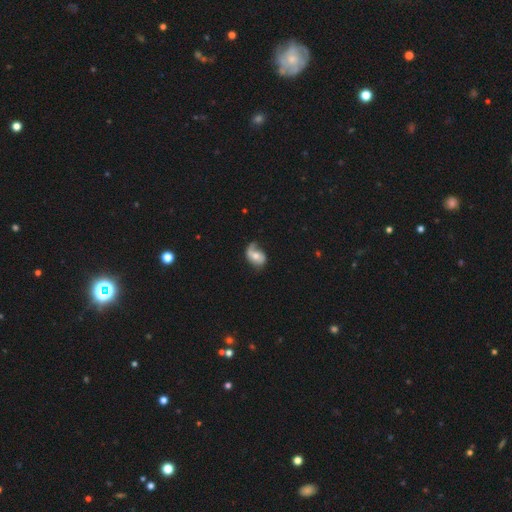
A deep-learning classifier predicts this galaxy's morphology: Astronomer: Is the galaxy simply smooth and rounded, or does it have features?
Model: featured or disk — 59% (runner-up: smooth, 34%).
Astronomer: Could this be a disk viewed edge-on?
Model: no — 97%.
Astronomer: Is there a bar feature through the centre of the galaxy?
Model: no — 66%.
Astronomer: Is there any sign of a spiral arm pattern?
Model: yes — 83%.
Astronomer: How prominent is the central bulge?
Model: moderate — 60%.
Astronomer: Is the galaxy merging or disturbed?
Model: none — 43% (runner-up: minor disturbance, 31%).